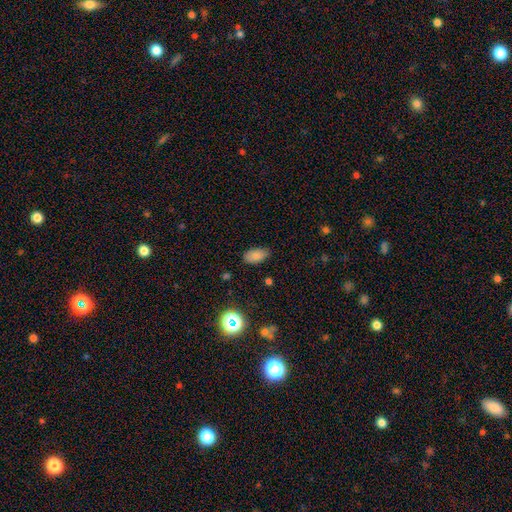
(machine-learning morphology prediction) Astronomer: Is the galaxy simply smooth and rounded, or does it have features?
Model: smooth — 82%.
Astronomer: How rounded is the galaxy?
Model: in between — 92%.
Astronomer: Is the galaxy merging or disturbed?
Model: none — 82%.